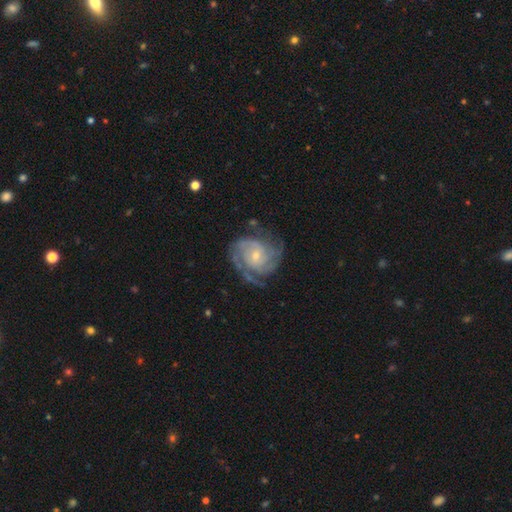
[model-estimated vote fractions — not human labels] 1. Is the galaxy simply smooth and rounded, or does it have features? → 89% featured or disk, 6% smooth, 5% star or artifact.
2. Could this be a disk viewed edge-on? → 98% no, 2% yes.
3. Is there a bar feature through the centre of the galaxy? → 63% no, 31% weak, 6% strong.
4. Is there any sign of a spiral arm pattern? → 97% yes, 3% no.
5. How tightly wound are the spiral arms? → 62% tight, 32% medium, 6% loose.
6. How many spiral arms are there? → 29% 3, 27% 2, 19% can't tell, 12% 4, 6% more than 4, 6% 1.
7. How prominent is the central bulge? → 65% small, 30% moderate, 2% none, 2% large, 1% dominant.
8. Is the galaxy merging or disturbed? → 71% none, 18% minor disturbance, 9% major disturbance, 2% merger.